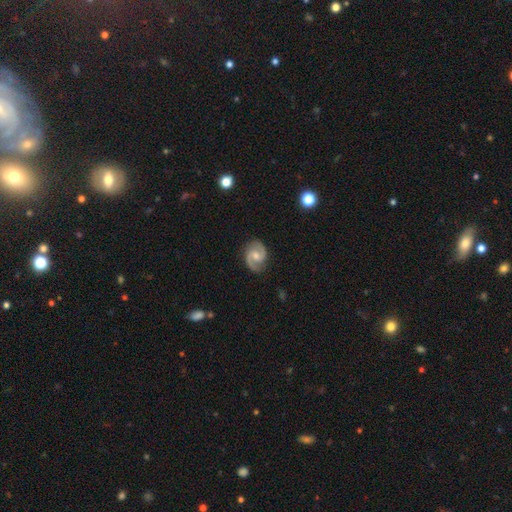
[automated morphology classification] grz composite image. It shows a featured or disk galaxy (87%) with a weak bar (51%), 2 (93%) medium (58%) spiral arms (97%) and a moderate central bulge (55%). Merging: none (84%).